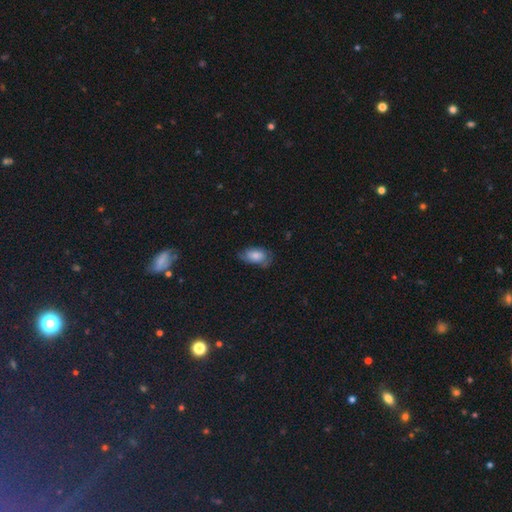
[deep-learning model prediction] This is likely a smooth galaxy (68%). How rounded: clearly in between (90%). Merging: possibly none (58%).